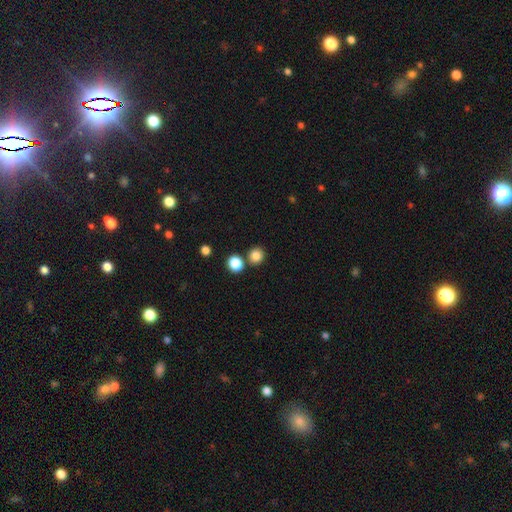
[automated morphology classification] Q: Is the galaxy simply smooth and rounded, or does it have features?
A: smooth — 84%.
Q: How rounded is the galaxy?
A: round — 88%.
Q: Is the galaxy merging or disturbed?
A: none — 79%.